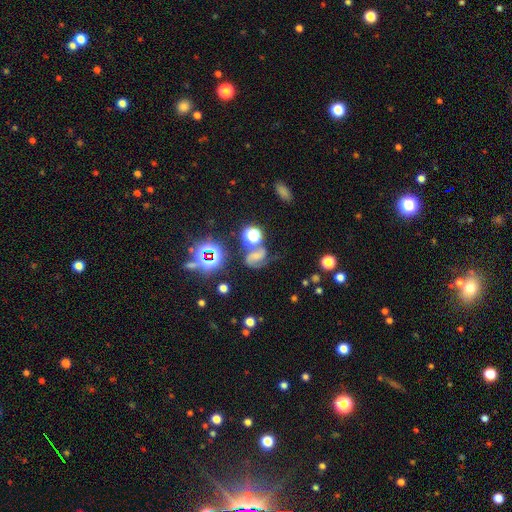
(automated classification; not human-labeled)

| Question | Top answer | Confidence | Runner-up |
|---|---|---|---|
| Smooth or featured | featured or disk | 47% | star or artifact (28%) |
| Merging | none | 46% | minor disturbance (19%) |